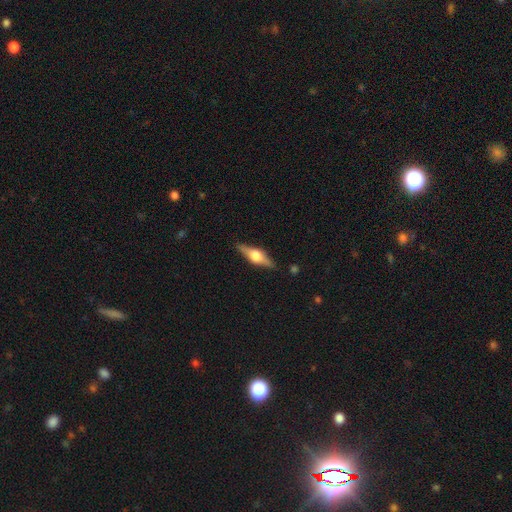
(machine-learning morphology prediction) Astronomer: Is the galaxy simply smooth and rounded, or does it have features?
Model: featured or disk — 70%.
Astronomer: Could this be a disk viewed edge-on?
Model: yes — 96%.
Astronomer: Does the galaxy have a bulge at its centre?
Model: rounded — 93%.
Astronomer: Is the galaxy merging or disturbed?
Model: none — 87%.